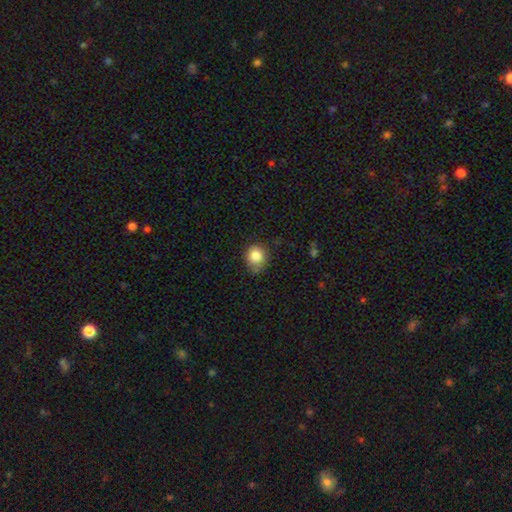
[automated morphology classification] type=smooth (84%); roundness=round (74%); merging=none (64%).